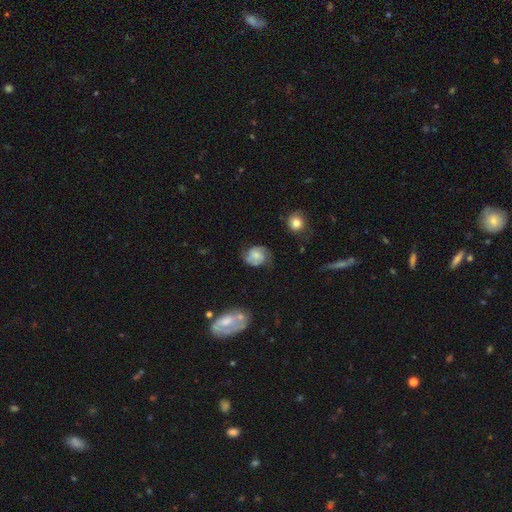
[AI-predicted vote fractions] A featured or disk galaxy (68%) with no bar (65%), 2 (83%) medium (45%) spiral arms (93%) and a moderate central bulge (38%).

Vote fractions:
- Smooth or featured? featured or disk: 68% / smooth: 25% / star or artifact: 8%
- Edge-on disk? no: 98% / yes: 2%
- Bar? no: 65% / weak: 30% / strong: 5%
- Spiral arms? yes: 93% / no: 7%
- Spiral winding? medium: 45% / tight: 41% / loose: 14%
- Spiral arm count? 2: 83% / can't tell: 9% / 3: 3% / 1: 2% / 4: 1% / more than 4: 1%
- Bulge size? moderate: 38% / small: 37% / none: 16% / large: 8% / dominant: 2%
- Merging? none: 67% / minor disturbance: 22% / major disturbance: 9% / merger: 2%